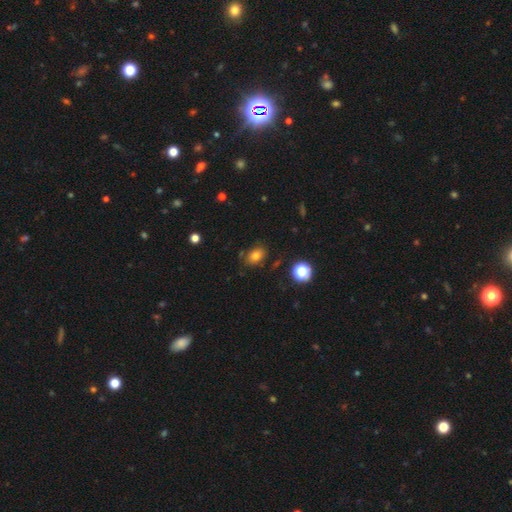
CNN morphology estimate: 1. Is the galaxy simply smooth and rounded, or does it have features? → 75% smooth, 14% star or artifact, 10% featured or disk.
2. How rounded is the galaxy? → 71% in between, 27% round, 1% cigar-shaped.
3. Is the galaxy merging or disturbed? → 79% none, 14% minor disturbance, 4% major disturbance, 3% merger.